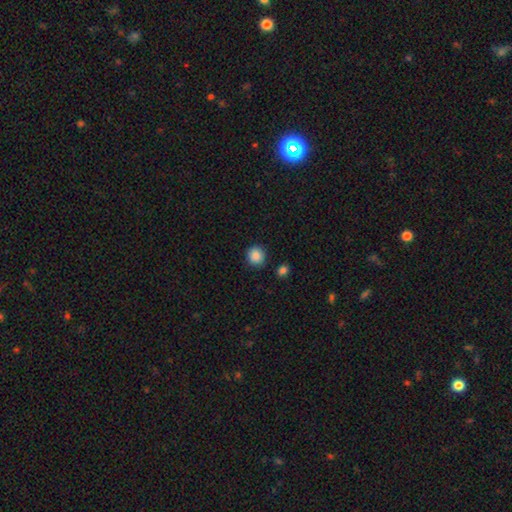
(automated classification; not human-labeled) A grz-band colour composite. It shows a smooth galaxy with no disk features (88%) that is round (91%). Merging: none (88%).